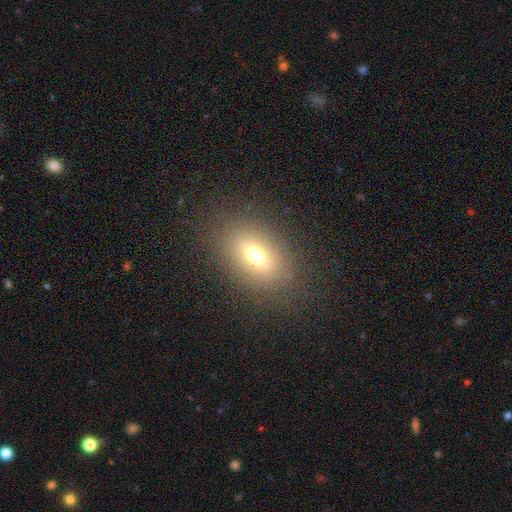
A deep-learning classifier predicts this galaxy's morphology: This appears to be a smooth galaxy with no disk features (67%) that is in between round and cigar-shaped (78%). Merging: none (83%).